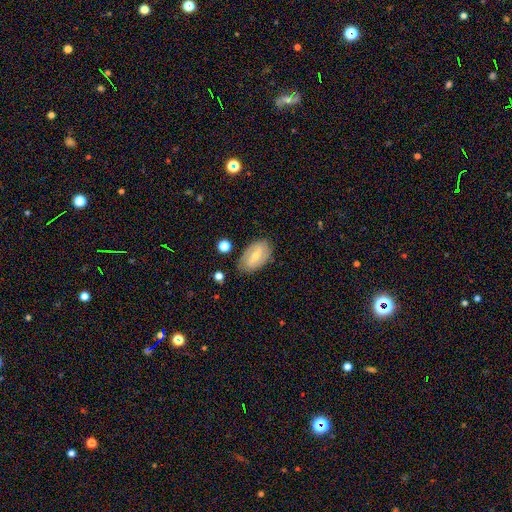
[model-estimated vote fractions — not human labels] Smooth or featured? Predicted: featured or disk (p=0.50). Merging? Predicted: none (p=0.80).